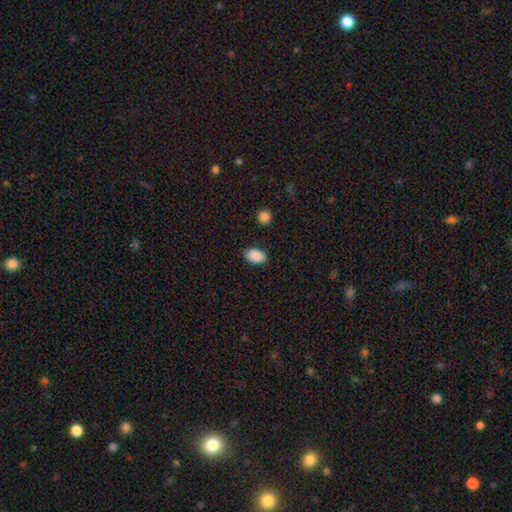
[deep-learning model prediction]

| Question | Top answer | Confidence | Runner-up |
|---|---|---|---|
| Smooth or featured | smooth | 90% | star or artifact (7%) |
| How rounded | in between | 91% | round (7%) |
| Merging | none | 87% | minor disturbance (9%) |